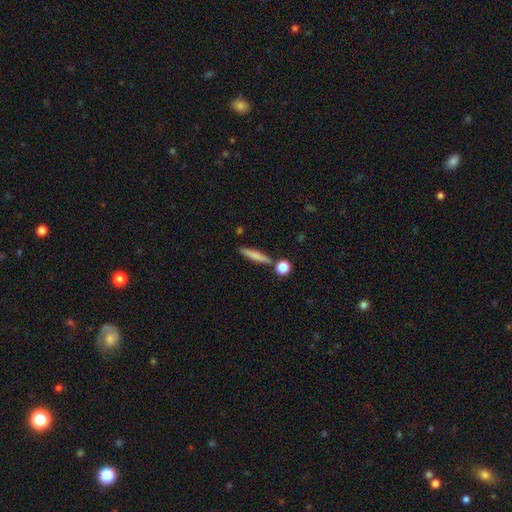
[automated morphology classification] The model was most divided on "smooth or featured": smooth: 77%, featured or disk: 17%, star or artifact: 7%. More confident: how rounded — cigar-shaped (84%); merging — none (80%).